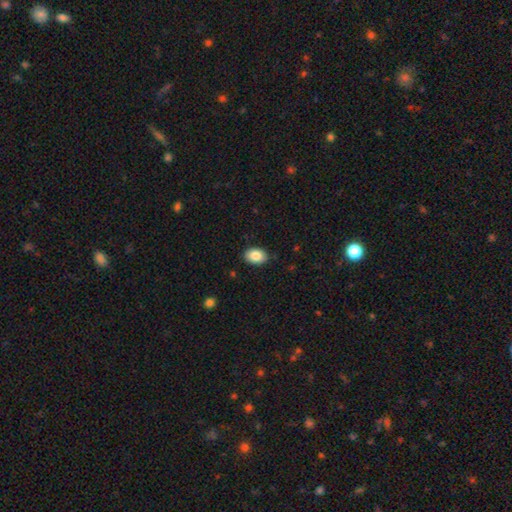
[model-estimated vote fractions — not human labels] smooth-or-featured: smooth: 86% | star or artifact: 7% | featured or disk: 6%
  how-rounded: in between: 81% | round: 18% | cigar-shaped: 1%
  merging: none: 88% | minor disturbance: 9% | major disturbance: 2% | merger: 1%